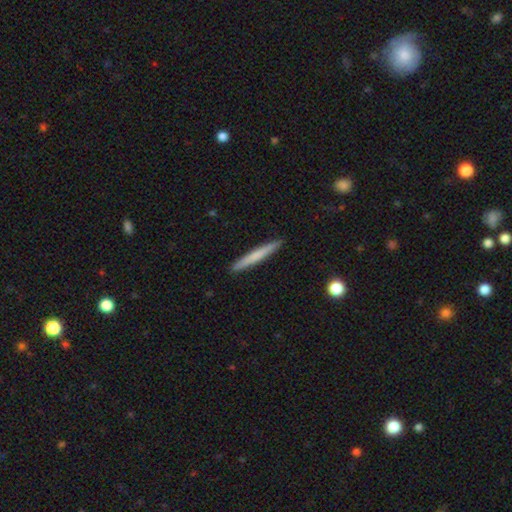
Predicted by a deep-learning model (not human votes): Overall: smooth (63%; featured or disk 31%). How rounded: cigar-shaped (97%). Merging: none (92%).